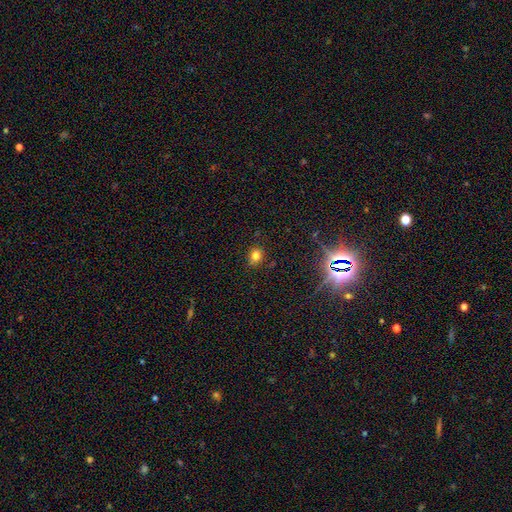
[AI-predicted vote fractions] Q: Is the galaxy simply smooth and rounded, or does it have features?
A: smooth — 77%.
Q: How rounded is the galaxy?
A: round — 61%.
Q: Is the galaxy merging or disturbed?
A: none — 83%.